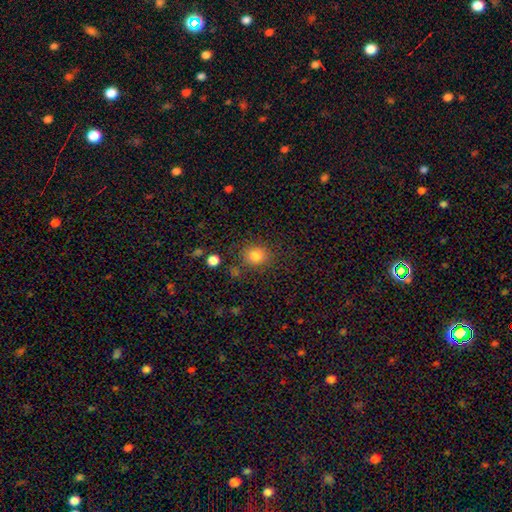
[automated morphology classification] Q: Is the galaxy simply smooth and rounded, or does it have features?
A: smooth — 83%.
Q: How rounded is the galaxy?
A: round — 72%.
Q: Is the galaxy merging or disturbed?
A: none — 80%.